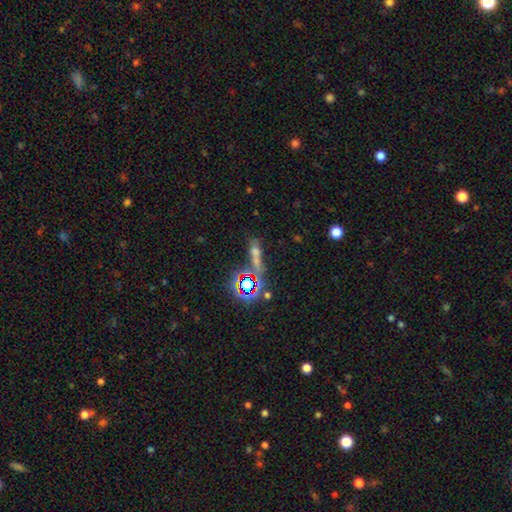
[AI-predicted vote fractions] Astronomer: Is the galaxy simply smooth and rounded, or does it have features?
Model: smooth — 41%, tied with star or artifact at 41%.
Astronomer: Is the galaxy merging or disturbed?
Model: none — 45% (runner-up: merger, 26%).